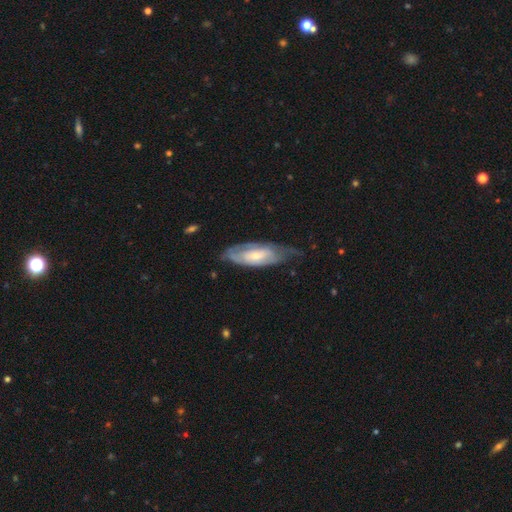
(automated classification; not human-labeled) Morphology: type=featured or disk (62%); edge-on=no (84%); bar=no (59%); spiral arms=yes (71%); bulge=moderate (46%); merging=none (48%).